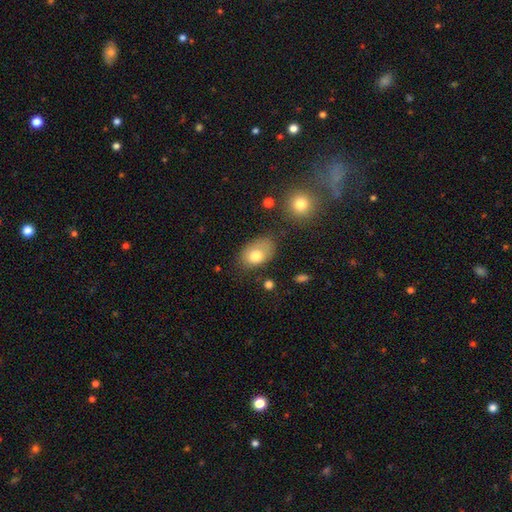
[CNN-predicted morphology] Overall: smooth (75%). How rounded: in between (84%). Merging: none (59%; minor disturbance 27%).